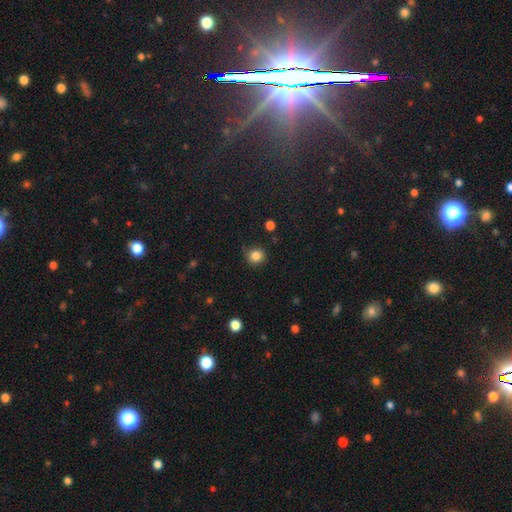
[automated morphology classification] smooth 84%, star or artifact 11%, featured or disk 4%. Down the decision tree: how rounded — round (90%); merging — none (81%).